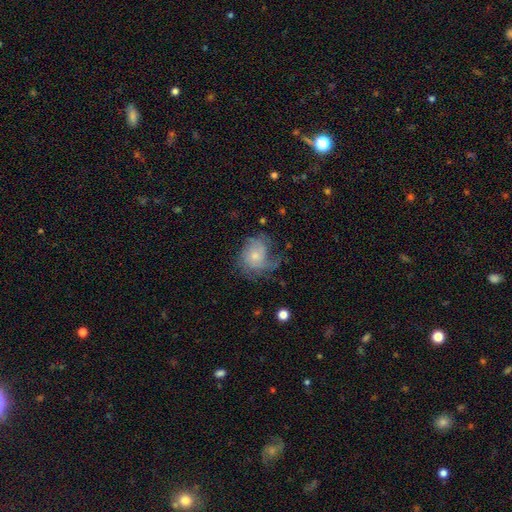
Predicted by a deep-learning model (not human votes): Smooth or featured?
  - featured or disk: 50% *
  - smooth: 41%
  - star or artifact: 9%
Merging?
  - none: 42% *
  - major disturbance: 29%
  - minor disturbance: 27%
  - merger: 2%